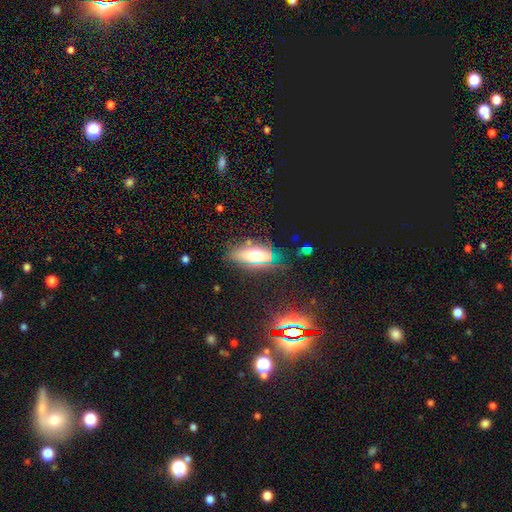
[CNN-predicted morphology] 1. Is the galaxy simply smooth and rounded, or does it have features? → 50% smooth, 34% featured or disk, 16% star or artifact.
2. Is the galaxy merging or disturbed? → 66% none, 22% minor disturbance, 9% major disturbance, 3% merger.